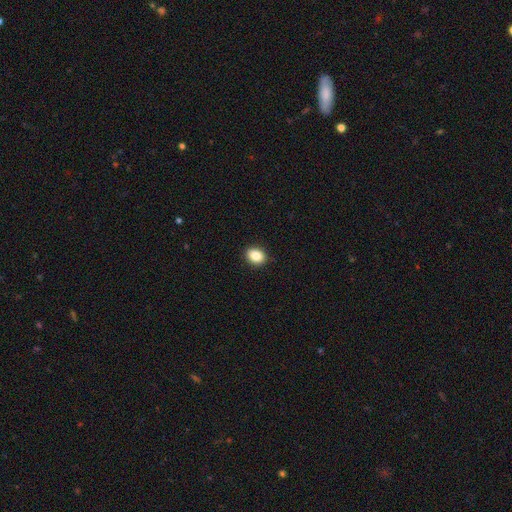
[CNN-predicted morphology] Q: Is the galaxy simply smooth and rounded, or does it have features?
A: smooth — 86%.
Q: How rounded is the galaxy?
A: in between — 62%.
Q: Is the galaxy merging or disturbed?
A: none — 90%.